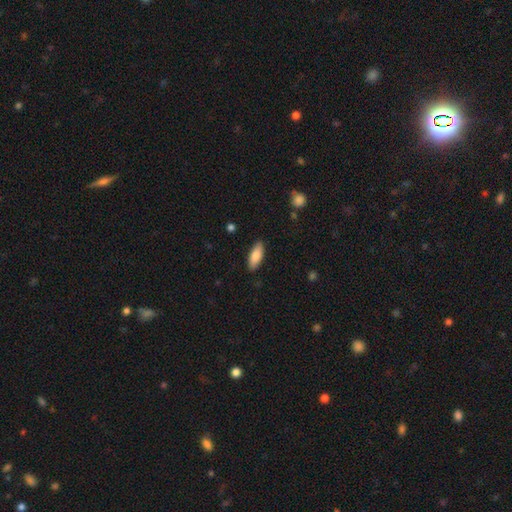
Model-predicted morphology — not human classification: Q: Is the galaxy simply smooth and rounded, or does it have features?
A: smooth — 83%.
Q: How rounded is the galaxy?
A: in between — 71%.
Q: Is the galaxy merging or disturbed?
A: none — 88%.